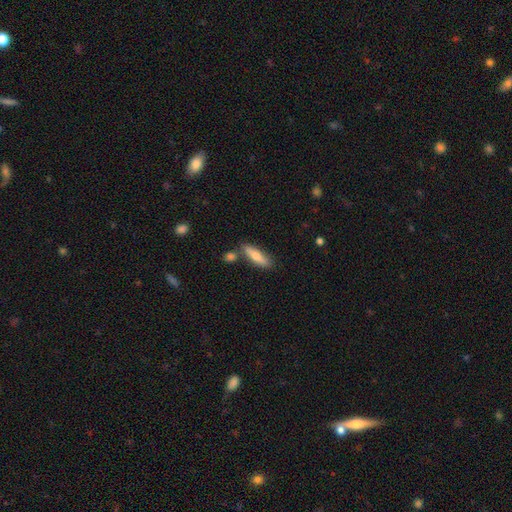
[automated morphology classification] Q: Smooth or featured?
A: smooth (72%); runner-up: featured or disk (22%)
Q: How rounded?
A: cigar-shaped (63%); runner-up: in between (34%)
Q: Merging?
A: none (73%); runner-up: minor disturbance (14%)